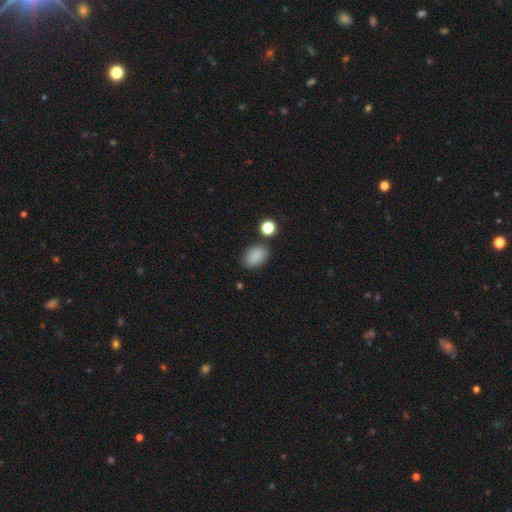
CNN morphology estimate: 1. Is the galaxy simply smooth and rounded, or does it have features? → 87% smooth, 10% star or artifact, 4% featured or disk.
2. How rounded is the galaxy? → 84% in between, 15% round, 1% cigar-shaped.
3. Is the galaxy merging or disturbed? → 80% none, 12% minor disturbance, 4% merger, 3% major disturbance.